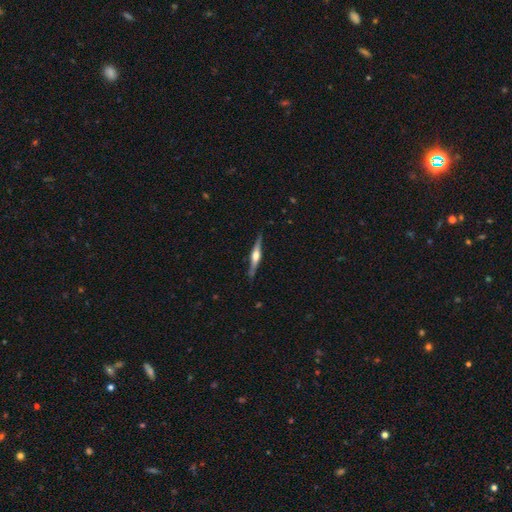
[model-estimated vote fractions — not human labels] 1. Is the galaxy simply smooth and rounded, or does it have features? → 74% featured or disk, 21% smooth, 5% star or artifact.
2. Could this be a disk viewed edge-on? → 98% yes, 2% no.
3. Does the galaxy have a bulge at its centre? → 87% rounded, 9% boxy, 3% none.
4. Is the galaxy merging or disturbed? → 87% none, 10% minor disturbance, 2% major disturbance, 1% merger.